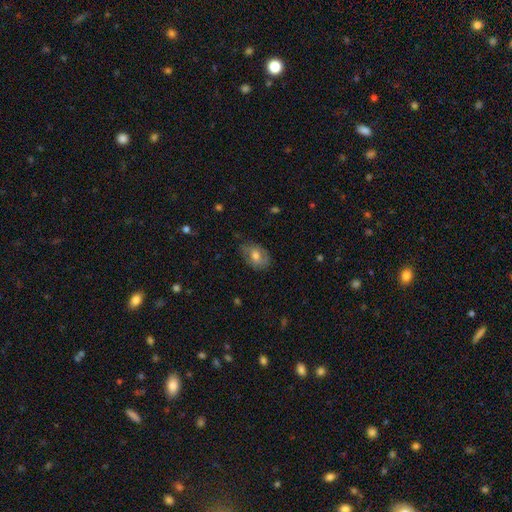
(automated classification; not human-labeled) This appears to be a smooth galaxy with no disk features (58%) that is in between round and cigar-shaped (75%). Merging: none (63%).